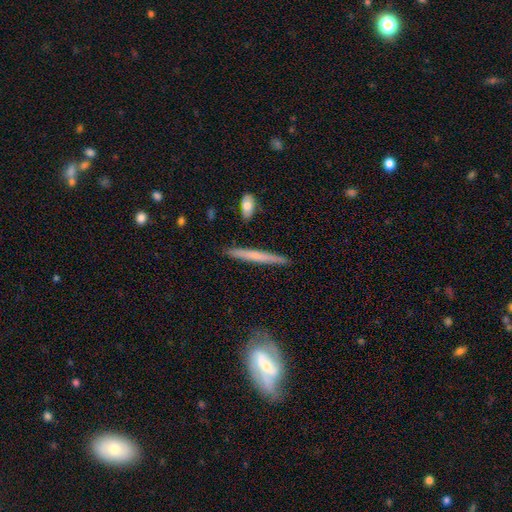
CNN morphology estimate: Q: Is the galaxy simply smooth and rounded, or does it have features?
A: featured or disk — 47%, tied with smooth.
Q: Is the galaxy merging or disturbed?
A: none — 88%.